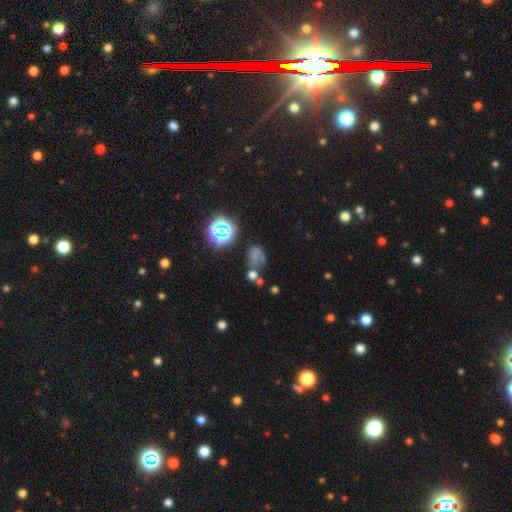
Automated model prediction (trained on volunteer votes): Overall: smooth (46%; star or artifact 32%). Merging: none (31%; major disturbance 27%).